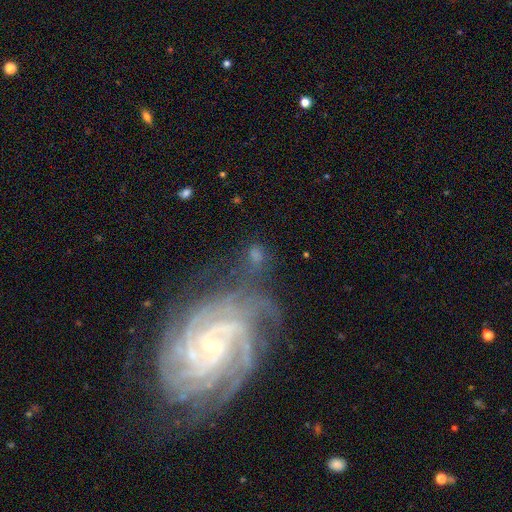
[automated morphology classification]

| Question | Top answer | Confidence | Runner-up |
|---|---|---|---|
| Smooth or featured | smooth | 40% | featured or disk (37%) |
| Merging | none | 53% | minor disturbance (19%) |